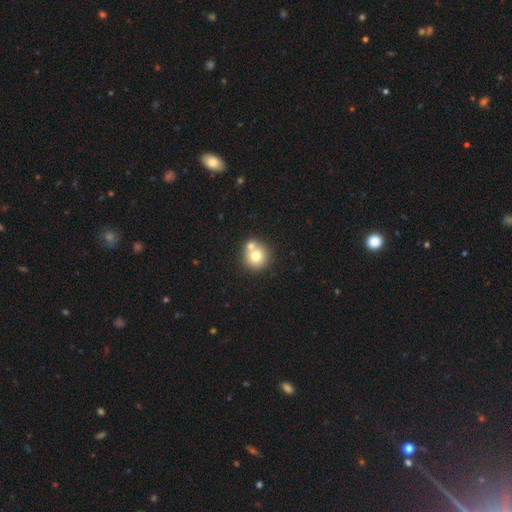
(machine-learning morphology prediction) Smooth or featured? smooth (71%)
How rounded? round (90%)
Merging? none (53%)